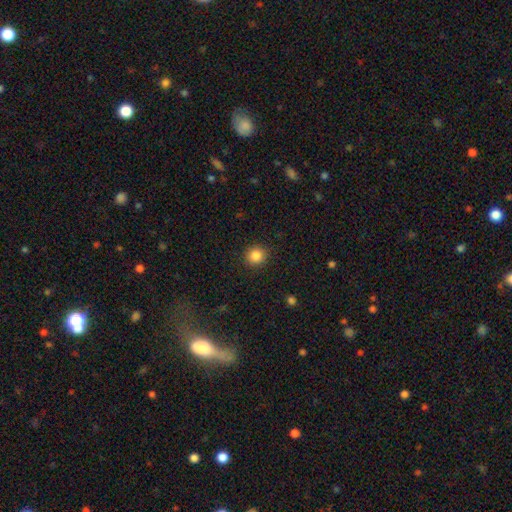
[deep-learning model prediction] A smooth galaxy with no disk features (86%) that is round (92%). Merging: none (91%).